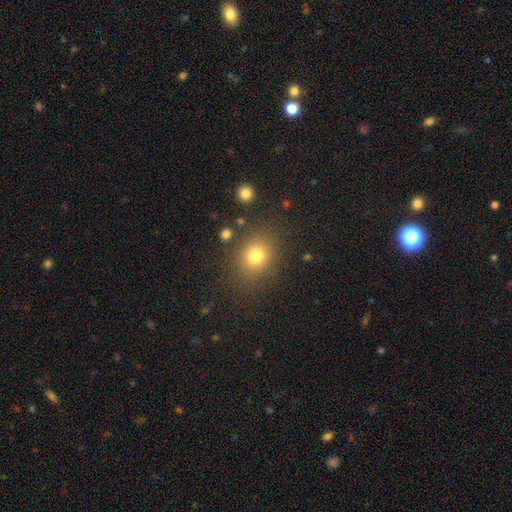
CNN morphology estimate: smooth_or_featured: smooth (p=0.78) [alt: star or artifact p=0.15]
how_rounded: round (p=0.62) [alt: in between p=0.37]
merging: none (p=0.83) [alt: minor disturbance p=0.10]